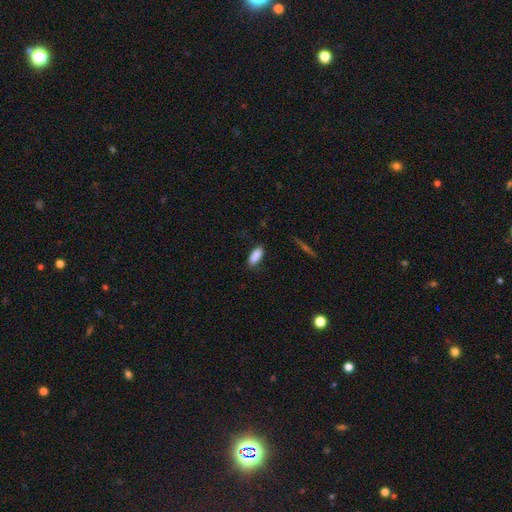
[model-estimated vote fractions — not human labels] This is clearly a smooth galaxy (89%). How rounded: likely in between (79%). Merging: clearly none (81%).